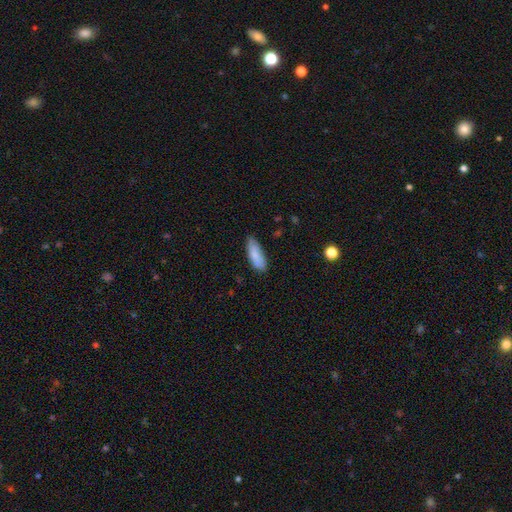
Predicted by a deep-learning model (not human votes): Q: Smooth or featured?
A: smooth (83%); runner-up: featured or disk (11%)
Q: How rounded?
A: in between (69%); runner-up: cigar-shaped (29%)
Q: Merging?
A: none (76%); runner-up: minor disturbance (19%)